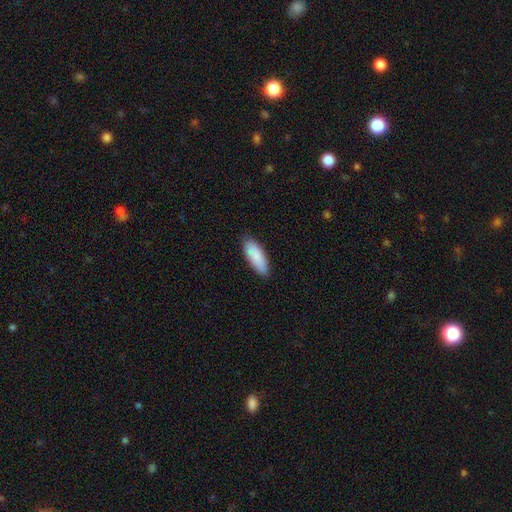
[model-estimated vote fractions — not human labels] This is clearly a smooth galaxy (89%). How rounded: likely in between (67%). Merging: clearly none (86%).